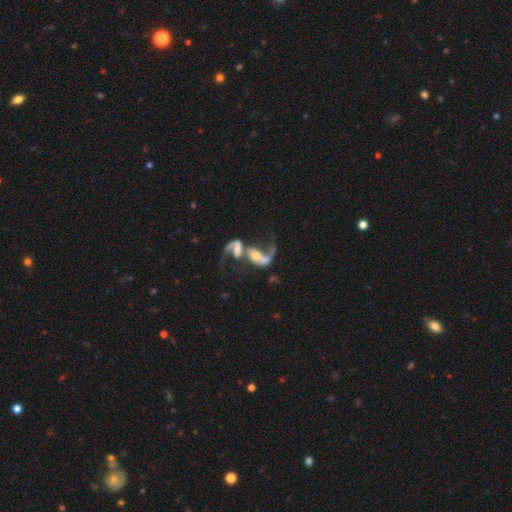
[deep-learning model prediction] smooth-or-featured: featured or disk: 77% | smooth: 14% | star or artifact: 9%
  disk-edge-on: no: 96% | yes: 4%
    bar: no: 43% | weak: 33% | strong: 23%
    has-spiral-arms: yes: 85% | no: 15%
      spiral-winding: loose: 84% | medium: 13% | tight: 3%
      spiral-arm-count: 2: 77% | 1: 15% | can't tell: 4% | 3: 1% | 4: 1% | more than 4: 1%
    bulge-size: moderate: 35% | small: 32% | none: 20% | large: 10% | dominant: 3%
  merging: merger: 62% | none: 17% | major disturbance: 14% | minor disturbance: 7%